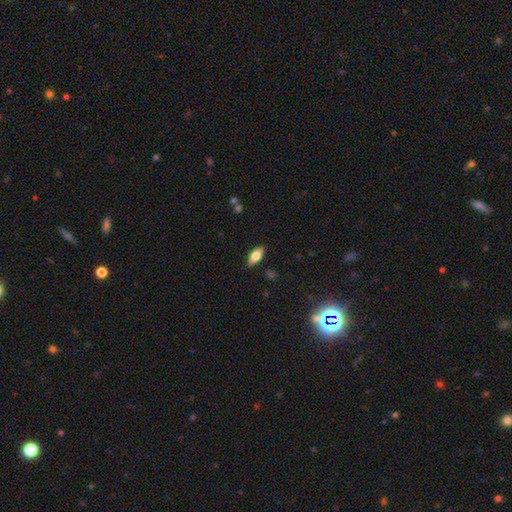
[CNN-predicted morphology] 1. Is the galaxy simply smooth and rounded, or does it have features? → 62% smooth, 30% featured or disk, 8% star or artifact.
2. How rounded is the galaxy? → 77% in between, 20% cigar-shaped, 3% round.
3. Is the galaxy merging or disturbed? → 87% none, 10% minor disturbance, 2% major disturbance, 1% merger.